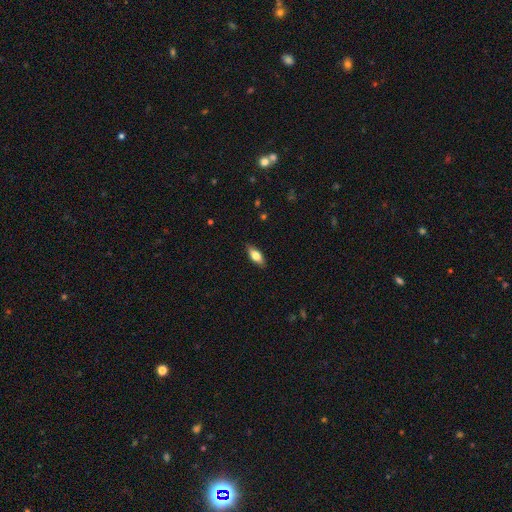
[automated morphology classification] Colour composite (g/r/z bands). It shows a smooth galaxy with no disk features (69%) that is in between round and cigar-shaped (76%). Merging: none (86%).